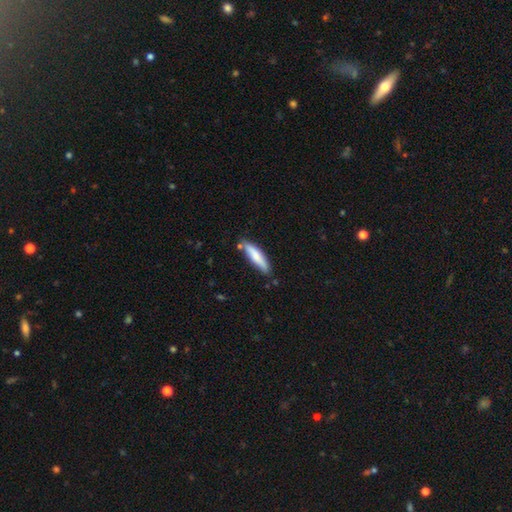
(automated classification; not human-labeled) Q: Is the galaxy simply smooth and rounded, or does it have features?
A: smooth — 78%.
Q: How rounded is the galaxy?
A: cigar-shaped — 76%.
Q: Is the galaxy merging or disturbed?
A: none — 79%.